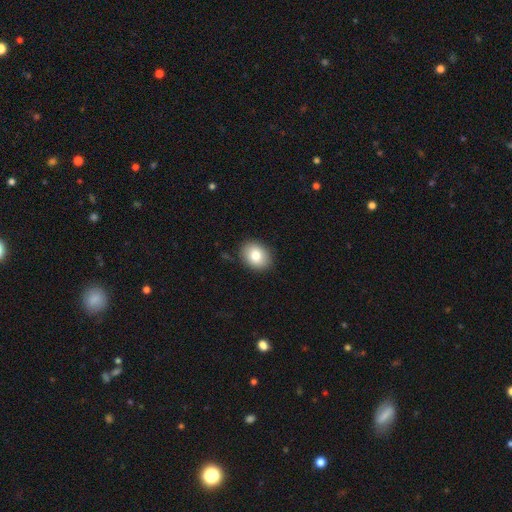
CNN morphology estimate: A smooth galaxy with no disk features (81%) that is in between round and cigar-shaped (56%). Merging: none (88%).